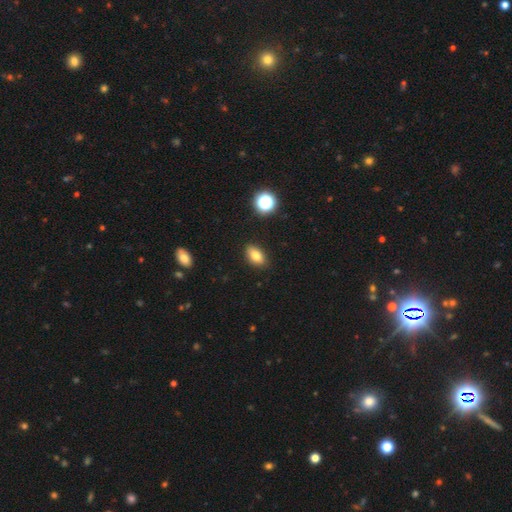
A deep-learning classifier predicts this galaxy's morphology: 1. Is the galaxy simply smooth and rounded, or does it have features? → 80% smooth, 10% star or artifact, 10% featured or disk.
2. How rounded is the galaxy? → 87% in between, 10% round, 3% cigar-shaped.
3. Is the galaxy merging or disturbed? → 88% none, 8% minor disturbance, 2% major disturbance, 1% merger.